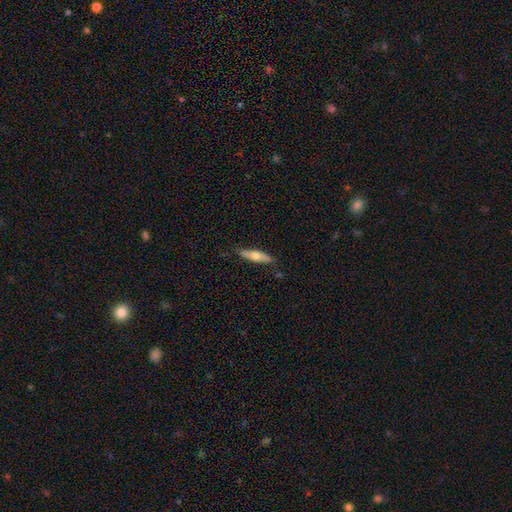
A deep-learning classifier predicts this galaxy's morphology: The model was most divided on "smooth or featured": smooth: 54%, featured or disk: 40%, star or artifact: 6%. More confident: merging — none (83%); how rounded — cigar-shaped (75%).